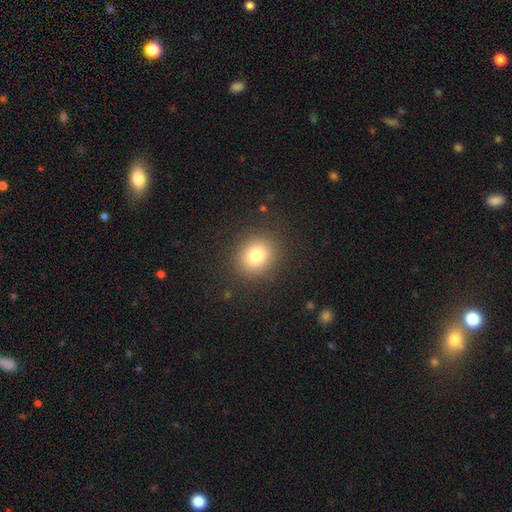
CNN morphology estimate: Smooth or featured? Predicted: smooth (p=0.79). How rounded? Predicted: round (p=0.78). Merging? Predicted: none (p=0.89).